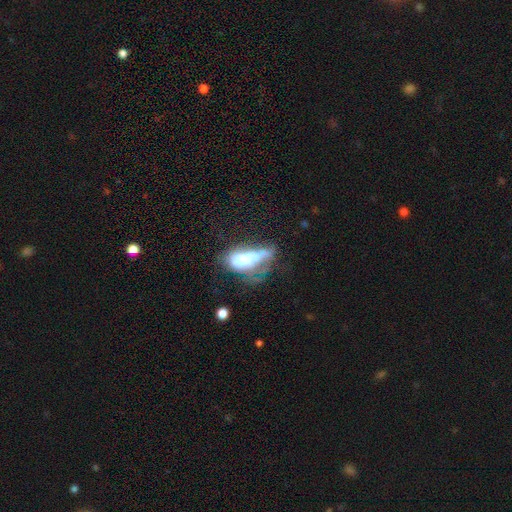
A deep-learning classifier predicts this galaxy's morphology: This appears to be a featured or disk galaxy (48%). Merging: major disturbance (42%).